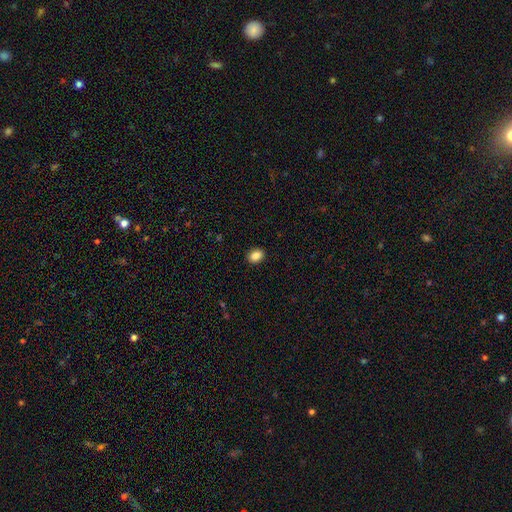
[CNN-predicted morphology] smooth_or_featured: smooth (p=0.87) [alt: star or artifact p=0.09]
how_rounded: in between (p=0.63) [alt: round p=0.36]
merging: none (p=0.91) [alt: minor disturbance p=0.07]